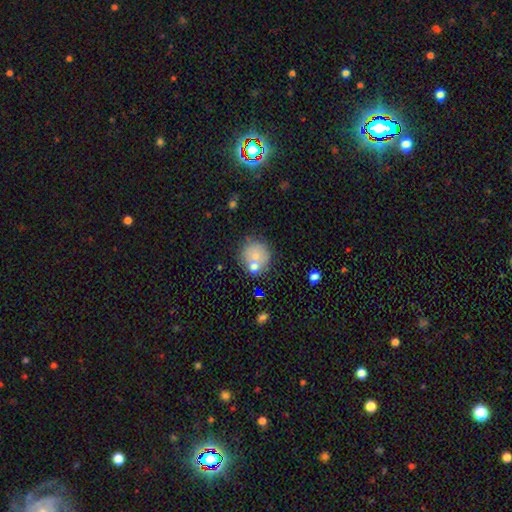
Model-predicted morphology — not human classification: smooth-or-featured: smooth: 68% | featured or disk: 21% | star or artifact: 11%
  how-rounded: round: 86% | in between: 13% | cigar-shaped: 1%
  merging: none: 52% | merger: 30% | minor disturbance: 13% | major disturbance: 5%